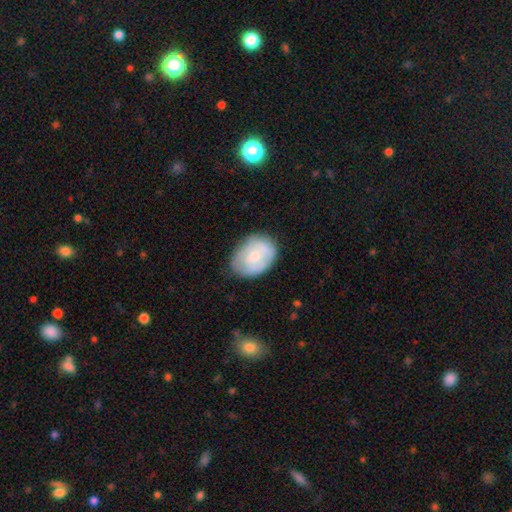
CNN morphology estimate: A smooth galaxy with no disk features (55%) that is in between round and cigar-shaped (70%).

Vote fractions:
- Smooth or featured? smooth: 55% / featured or disk: 39% / star or artifact: 6%
- How rounded? in between: 70% / round: 29% / cigar-shaped: 1%
- Merging? none: 71% / minor disturbance: 22% / major disturbance: 6% / merger: 2%